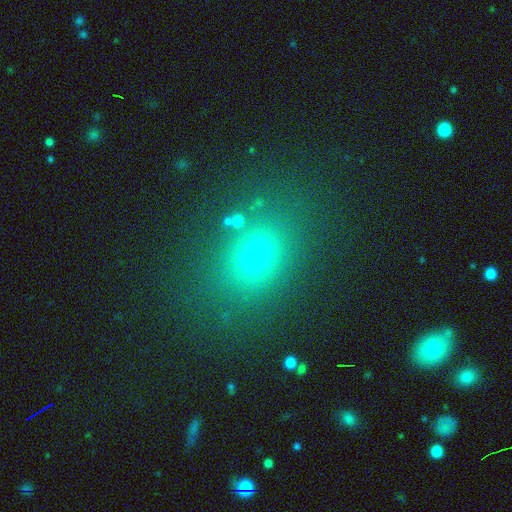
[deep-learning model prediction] This appears to be a smooth galaxy with no disk features (63%) that is in between round and cigar-shaped (52%). Merging: none (82%).